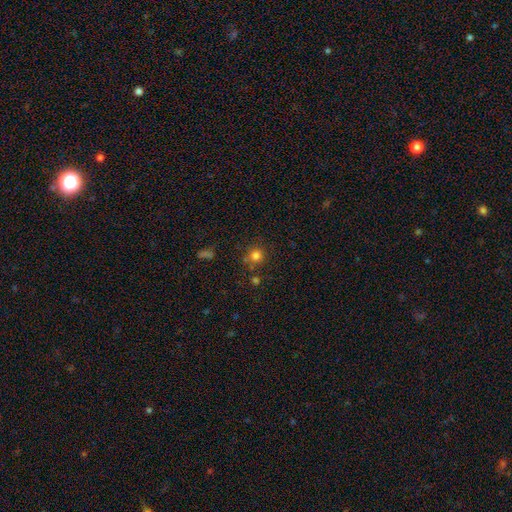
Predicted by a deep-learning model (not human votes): Smooth or featured?
  - smooth: 79% *
  - star or artifact: 15%
  - featured or disk: 7%
How rounded?
  - round: 90% *
  - in between: 9%
  - cigar-shaped: 1%
Merging?
  - none: 74% *
  - minor disturbance: 12%
  - merger: 10%
  - major disturbance: 5%